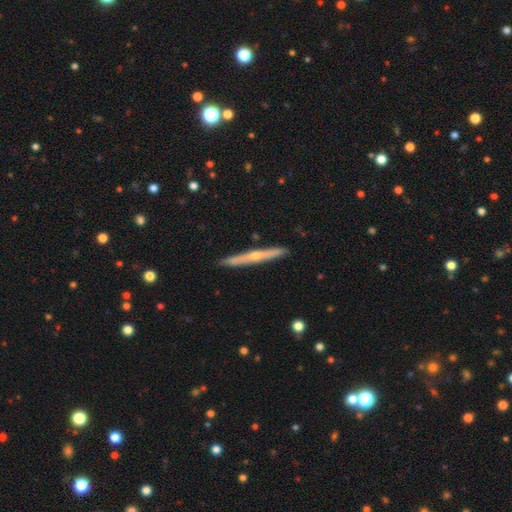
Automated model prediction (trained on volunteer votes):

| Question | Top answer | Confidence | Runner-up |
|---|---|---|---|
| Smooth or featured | featured or disk | 64% | smooth (30%) |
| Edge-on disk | yes | 97% | no (3%) |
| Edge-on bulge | rounded | 73% | none (25%) |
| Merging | none | 91% | minor disturbance (7%) |